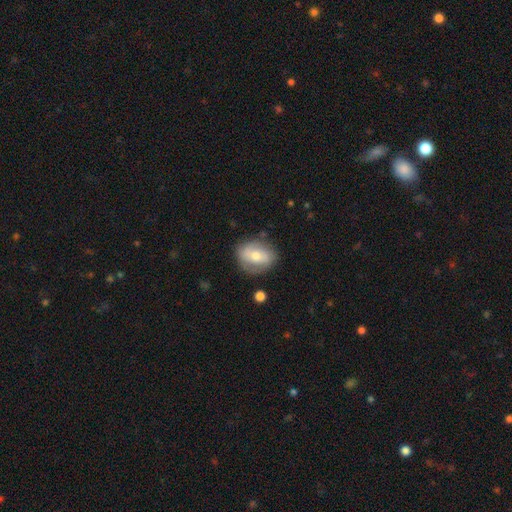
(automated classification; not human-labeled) This is possibly a smooth galaxy (50%). How rounded: possibly in between (60%). Merging: likely none (75%).